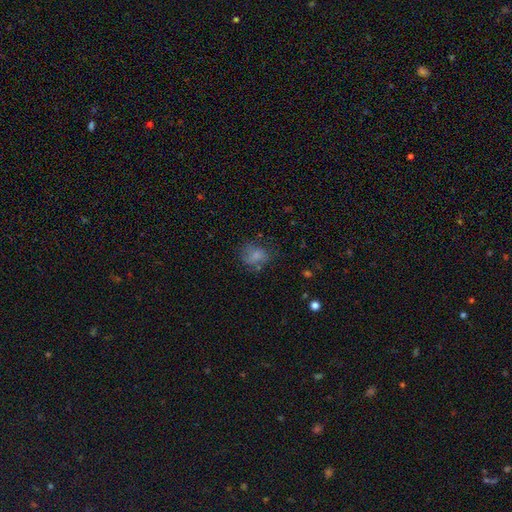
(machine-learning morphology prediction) A smooth galaxy with no disk features (69%) that is round (55%).

Vote fractions:
- Smooth or featured? smooth: 69% / featured or disk: 18% / star or artifact: 13%
- How rounded? round: 55% / in between: 44% / cigar-shaped: 1%
- Merging? none: 52% / minor disturbance: 25% / major disturbance: 18% / merger: 5%